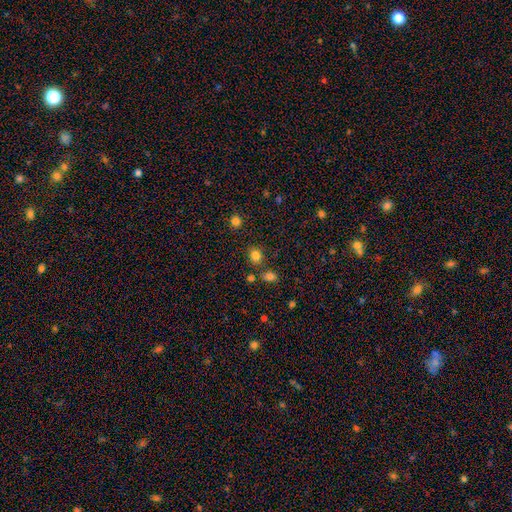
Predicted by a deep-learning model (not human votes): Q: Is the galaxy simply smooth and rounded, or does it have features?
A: smooth — 82%.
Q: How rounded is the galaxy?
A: round — 72%.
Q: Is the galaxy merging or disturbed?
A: none — 78%.